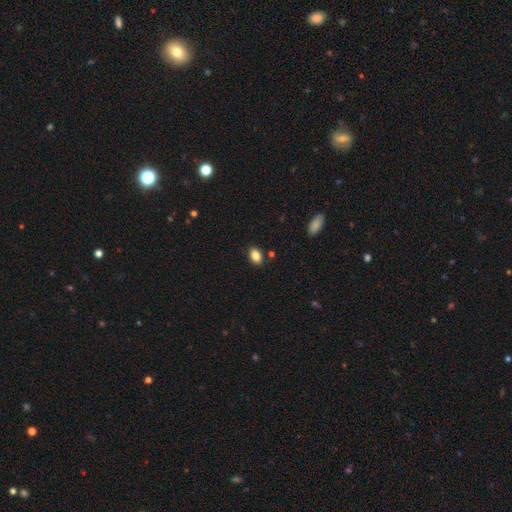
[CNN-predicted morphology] smooth_or_featured: smooth (p=0.85) [alt: star or artifact p=0.09]
how_rounded: in between (p=0.88) [alt: round p=0.10]
merging: none (p=0.85) [alt: minor disturbance p=0.10]